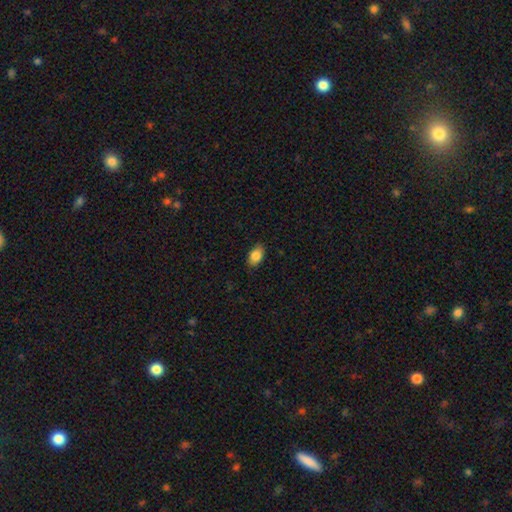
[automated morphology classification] A smooth galaxy with no disk features (85%) that is in between round and cigar-shaped (90%).

Vote fractions:
- Smooth or featured? smooth: 85% / star or artifact: 8% / featured or disk: 7%
- How rounded? in between: 90% / round: 8% / cigar-shaped: 2%
- Merging? none: 85% / minor disturbance: 12% / major disturbance: 2% / merger: 1%